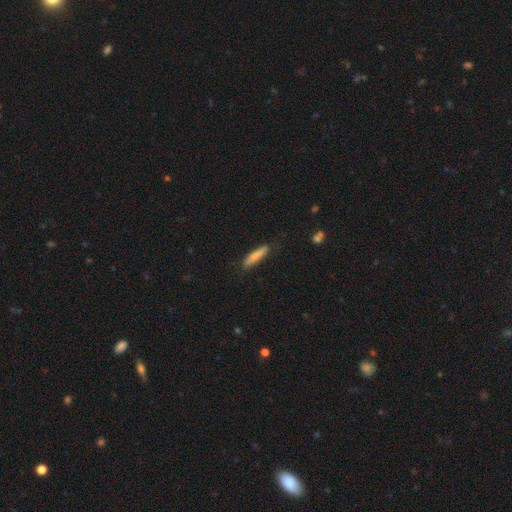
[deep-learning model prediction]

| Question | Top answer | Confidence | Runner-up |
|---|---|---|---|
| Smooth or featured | smooth | 77% | featured or disk (17%) |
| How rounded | cigar-shaped | 86% | in between (12%) |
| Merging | none | 83% | minor disturbance (13%) |